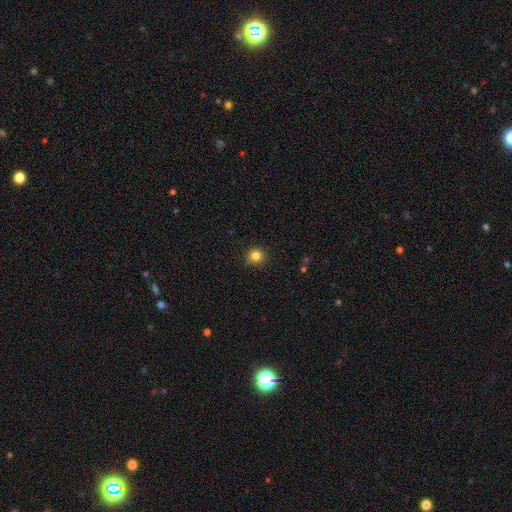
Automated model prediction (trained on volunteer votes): This appears to be a smooth galaxy with no disk features (83%) that is round (91%). Merging: none (89%).